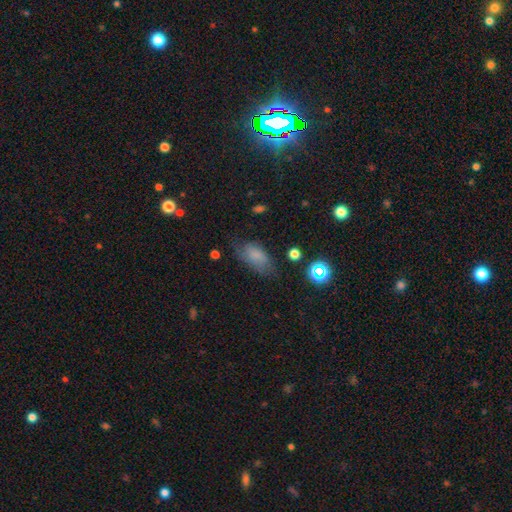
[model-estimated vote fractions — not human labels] Smooth or featured?
  - smooth: 69% *
  - featured or disk: 19%
  - star or artifact: 12%
How rounded?
  - in between: 89% *
  - round: 6%
  - cigar-shaped: 4%
Merging?
  - none: 55% *
  - minor disturbance: 29%
  - major disturbance: 14%
  - merger: 2%